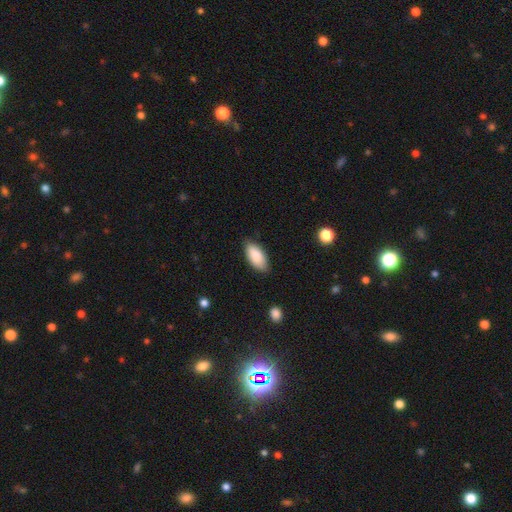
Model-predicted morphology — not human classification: smooth-or-featured: smooth: 89% | star or artifact: 6% | featured or disk: 5%
  how-rounded: in between: 92% | cigar-shaped: 6% | round: 2%
  merging: none: 83% | minor disturbance: 14% | major disturbance: 3% | merger: 1%